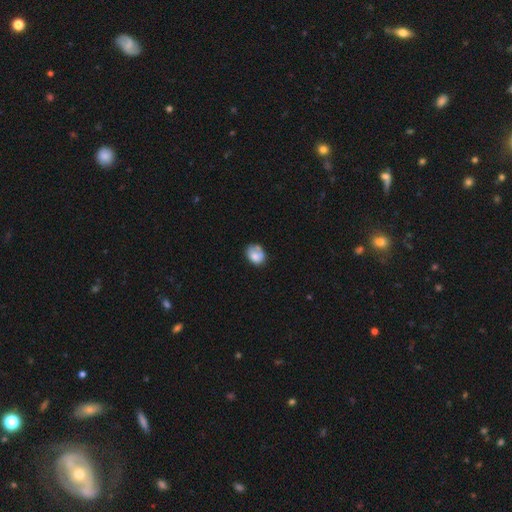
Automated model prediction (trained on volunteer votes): A smooth galaxy with no disk features (73%) that is in between round and cigar-shaped (58%). Merging: none (48%).